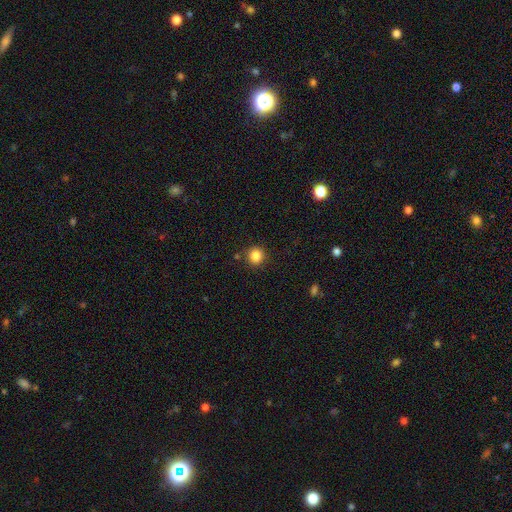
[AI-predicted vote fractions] smooth_or_featured: smooth (p=0.85) [alt: star or artifact p=0.11]
how_rounded: round (p=0.93) [alt: in between p=0.06]
merging: none (p=0.88) [alt: minor disturbance p=0.07]